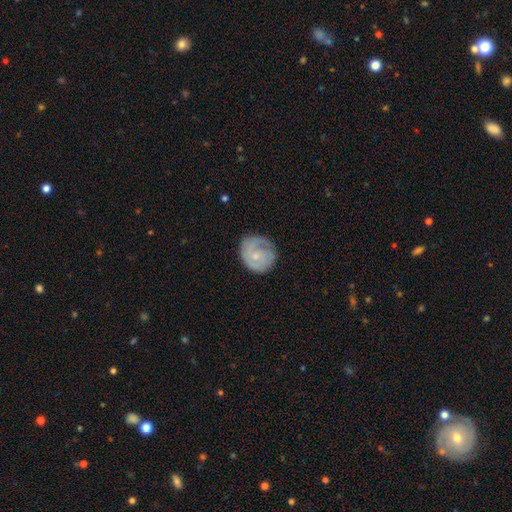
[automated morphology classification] This is likely a featured or disk galaxy (65%). It is clearly not viewed edge-on (98%). Bar: likely no (75%). Spiral arm pattern: clearly yes (88%). Spiral arm count: marginally 2 (37%). Spiral winding: likely tight (62%). Central bulge: likely small (69%). Merging: likely none (74%).